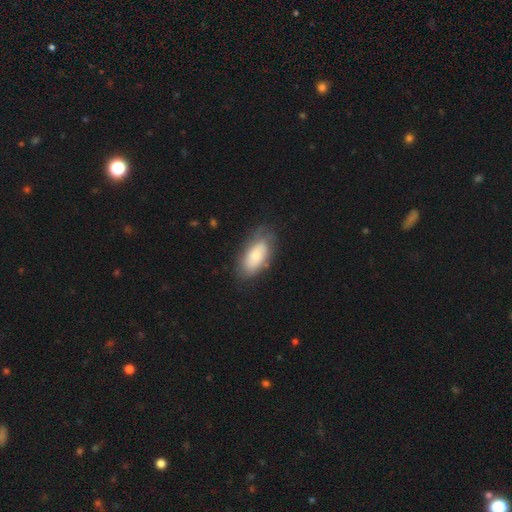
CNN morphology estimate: smooth_or_featured: smooth (p=0.64) [alt: featured or disk p=0.29]
how_rounded: in between (p=0.91) [alt: cigar-shaped p=0.07]
merging: none (p=0.64) [alt: minor disturbance p=0.24]